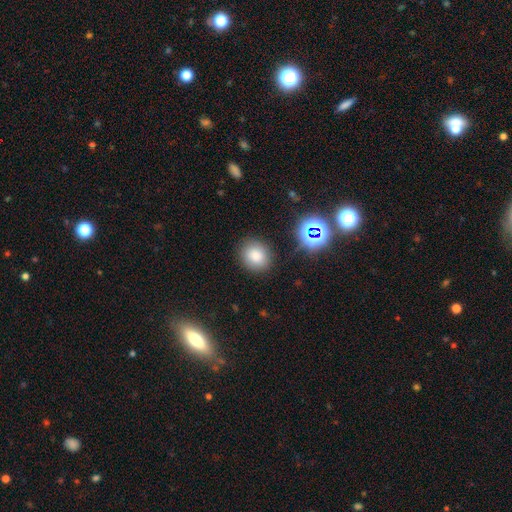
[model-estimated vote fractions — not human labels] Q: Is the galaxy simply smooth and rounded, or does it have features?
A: smooth — 79%.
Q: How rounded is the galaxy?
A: round — 76%.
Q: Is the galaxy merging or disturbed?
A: none — 85%.